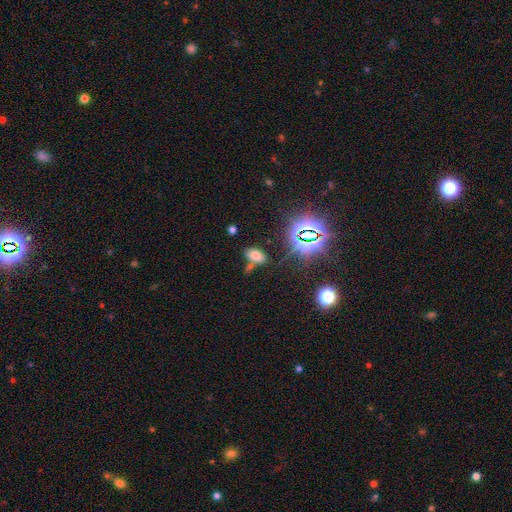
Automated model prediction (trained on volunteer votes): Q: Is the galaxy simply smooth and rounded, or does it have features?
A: smooth — 64%.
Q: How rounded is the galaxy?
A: in between — 91%.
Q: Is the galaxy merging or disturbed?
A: none — 65%.